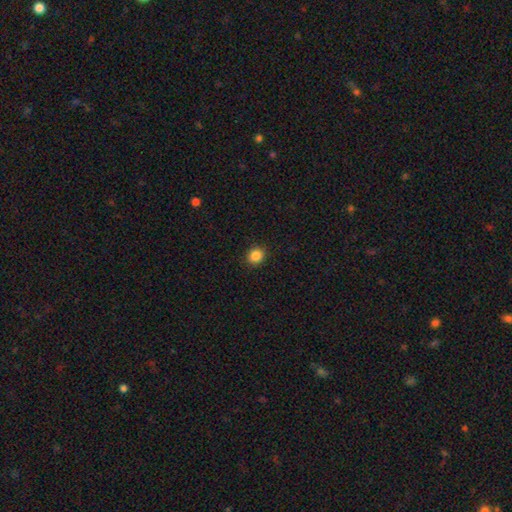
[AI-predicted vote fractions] smooth_or_featured: smooth (p=0.86) [alt: star or artifact p=0.11]
how_rounded: round (p=0.83) [alt: in between p=0.16]
merging: none (p=0.91) [alt: minor disturbance p=0.06]